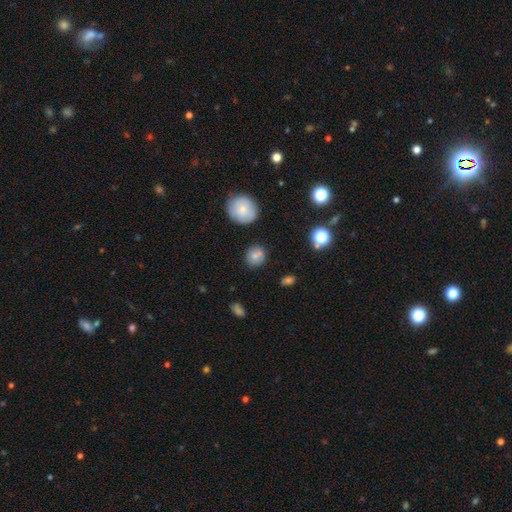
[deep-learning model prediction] smooth 73%, featured or disk 14%, star or artifact 13%. Down the decision tree: how rounded — round (86%); merging — none (74%).